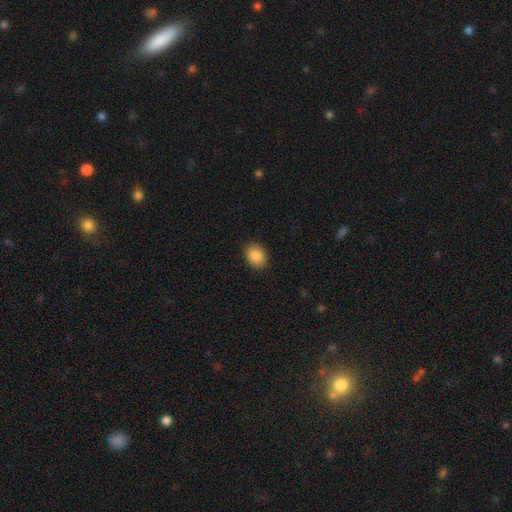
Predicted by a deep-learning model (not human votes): A smooth galaxy with no disk features (87%) that is in between round and cigar-shaped (69%). Merging: none (89%).